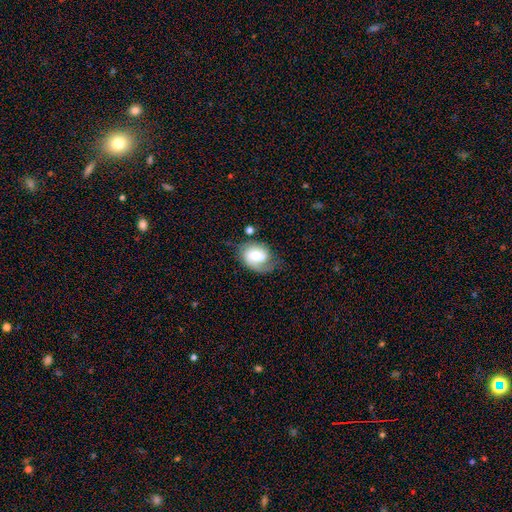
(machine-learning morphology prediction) Smooth or featured? Predicted: featured or disk (p=0.55). Edge-on disk? Predicted: no (p=0.96). Bar? Predicted: no (p=0.44). Spiral arms? Predicted: yes (p=0.83). Bulge size? Predicted: moderate (p=0.63). Merging? Predicted: none (p=0.52).